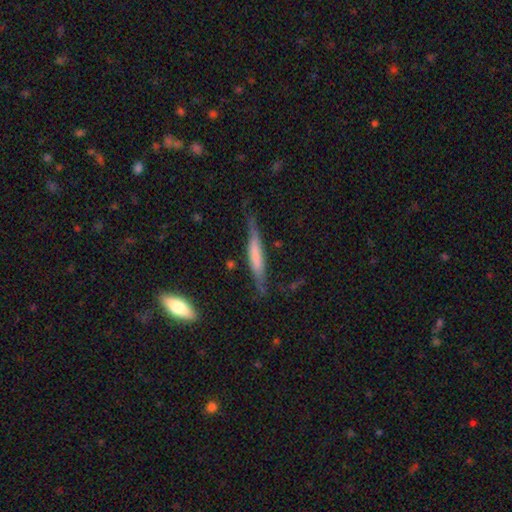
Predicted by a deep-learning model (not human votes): Smooth or featured: smooth — 49% (featured or disk — 44%)
Merging: none — 68% (minor disturbance — 24%)